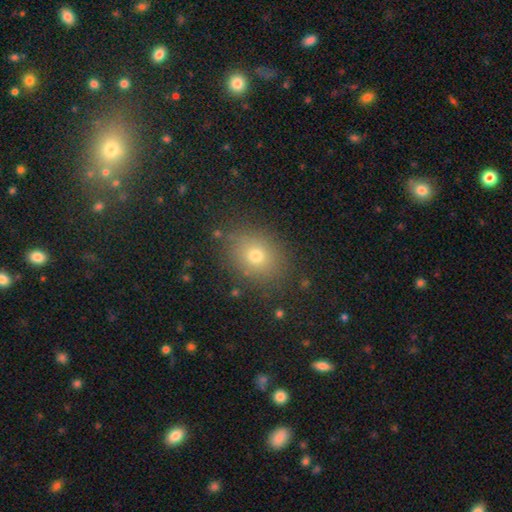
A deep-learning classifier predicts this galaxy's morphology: Smooth or featured? Predicted: smooth (p=0.72). How rounded? Predicted: round (p=0.53). Merging? Predicted: none (p=0.86).